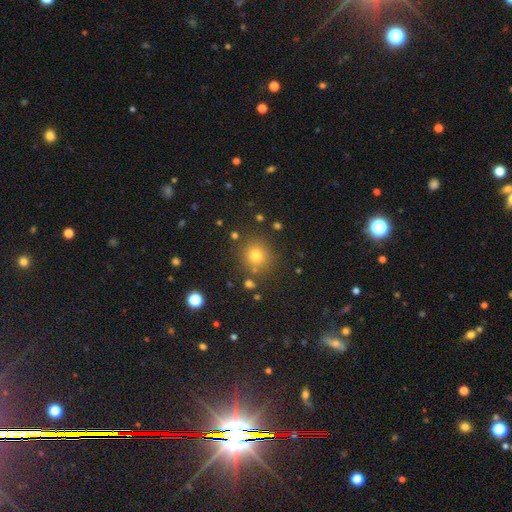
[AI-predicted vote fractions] smooth_or_featured: smooth (p=0.74) [alt: star or artifact p=0.18]
how_rounded: round (p=0.91) [alt: in between p=0.08]
merging: none (p=0.85) [alt: minor disturbance p=0.08]